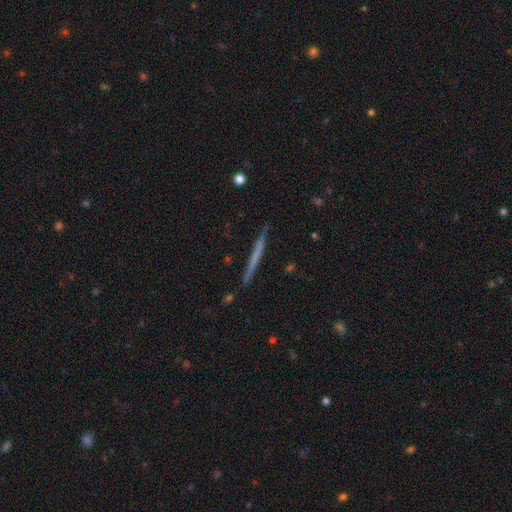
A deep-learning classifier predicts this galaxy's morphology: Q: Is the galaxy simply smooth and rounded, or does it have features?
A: featured or disk — 50%.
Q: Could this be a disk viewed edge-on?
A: yes — 97%.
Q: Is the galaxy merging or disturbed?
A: none — 90%.